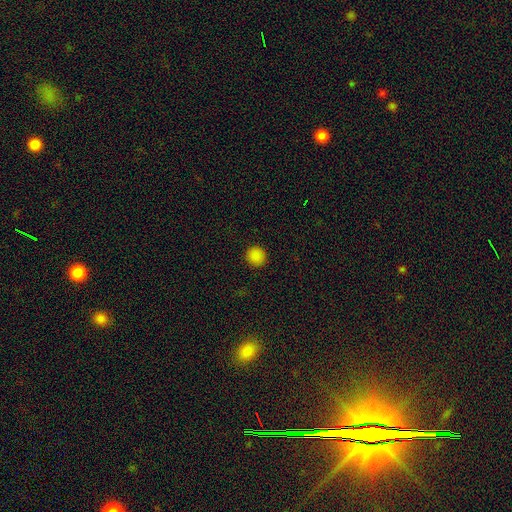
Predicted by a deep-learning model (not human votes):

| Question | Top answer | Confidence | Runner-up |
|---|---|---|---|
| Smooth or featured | smooth | 86% | star or artifact (12%) |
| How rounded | round | 93% | in between (6%) |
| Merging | none | 92% | minor disturbance (5%) |